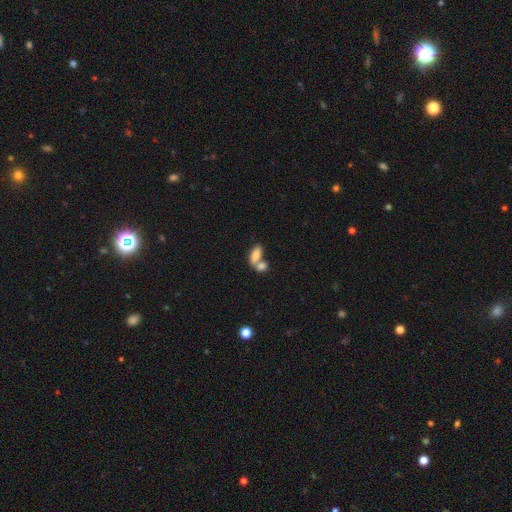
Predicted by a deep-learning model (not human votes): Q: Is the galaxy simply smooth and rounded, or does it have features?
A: smooth — 81%.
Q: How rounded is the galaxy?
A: in between — 87%.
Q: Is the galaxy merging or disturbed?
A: merger — 60%.